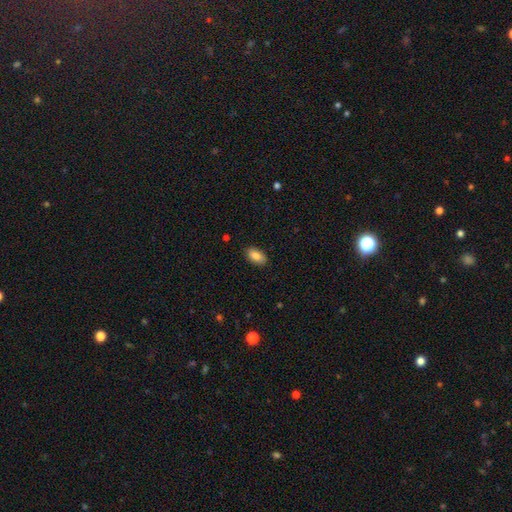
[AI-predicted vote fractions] This appears to be a smooth galaxy with no disk features (87%) that is in between round and cigar-shaped (93%). Merging: none (88%).